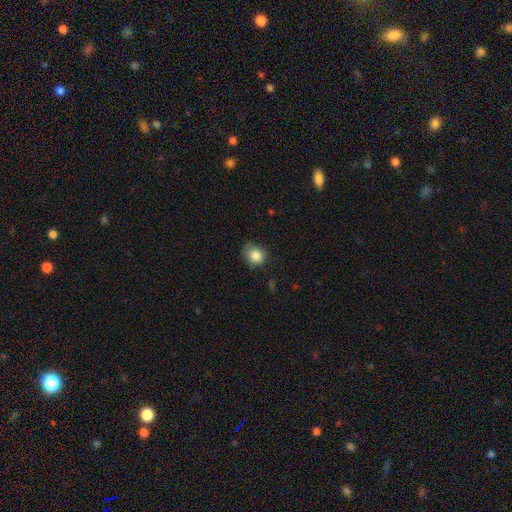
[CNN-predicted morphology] Smooth or featured? smooth (83%)
How rounded? round (67%)
Merging? none (61%)